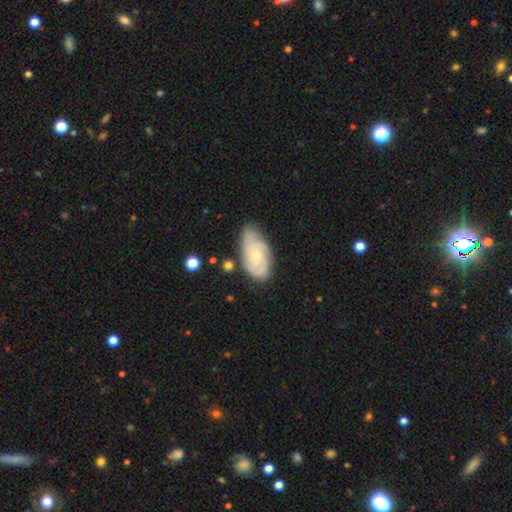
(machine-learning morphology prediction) smooth-or-featured: featured or disk: 59% | smooth: 34% | star or artifact: 6%
  disk-edge-on: no: 94% | yes: 6%
    bar: no: 80% | weak: 18% | strong: 3%
    has-spiral-arms: yes: 82% | no: 18%
    bulge-size: small: 67% | moderate: 29% | none: 2% | large: 1% | dominant: 1%
  merging: none: 60% | minor disturbance: 30% | major disturbance: 7% | merger: 4%